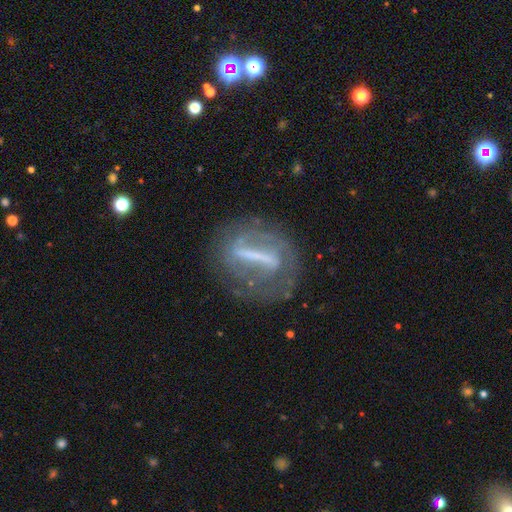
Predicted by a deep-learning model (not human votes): smooth-or-featured: featured or disk: 77% | smooth: 15% | star or artifact: 9%
  disk-edge-on: no: 80% | yes: 20%
    bar: strong: 81% | weak: 13% | no: 6%
    has-spiral-arms: yes: 54% | no: 46%
    bulge-size: none: 43% | small: 30% | moderate: 19% | large: 5% | dominant: 2%
  merging: none: 68% | minor disturbance: 17% | major disturbance: 13% | merger: 3%